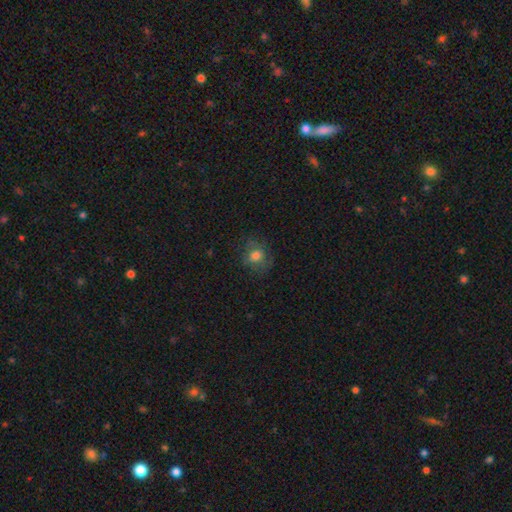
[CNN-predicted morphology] type=smooth (69%); roundness=round (74%); merging=none (69%).